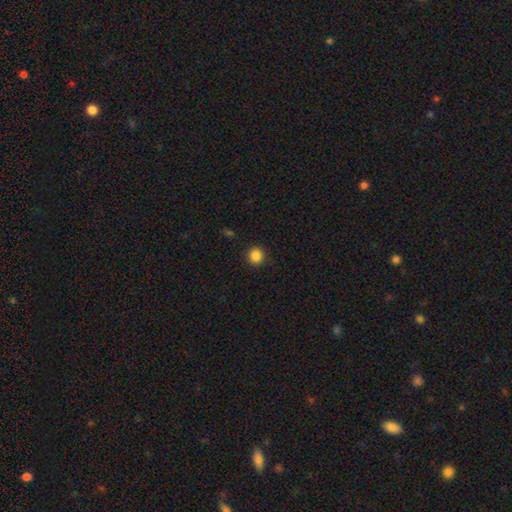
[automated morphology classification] Smooth or featured? smooth (86%)
How rounded? round (91%)
Merging? none (91%)